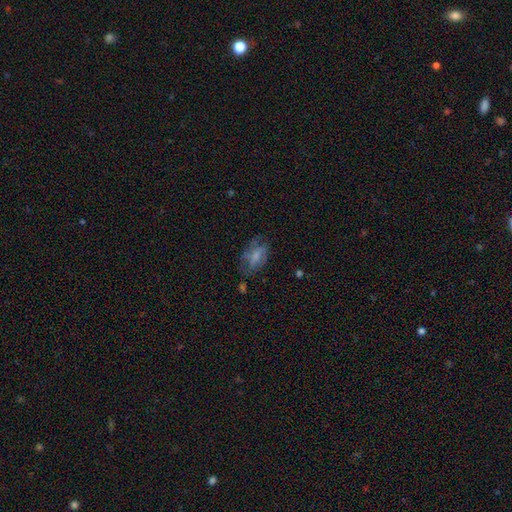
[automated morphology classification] smooth 54%, featured or disk 37%, star or artifact 9%. Down the decision tree: how rounded — in between (86%); merging — none (49%).